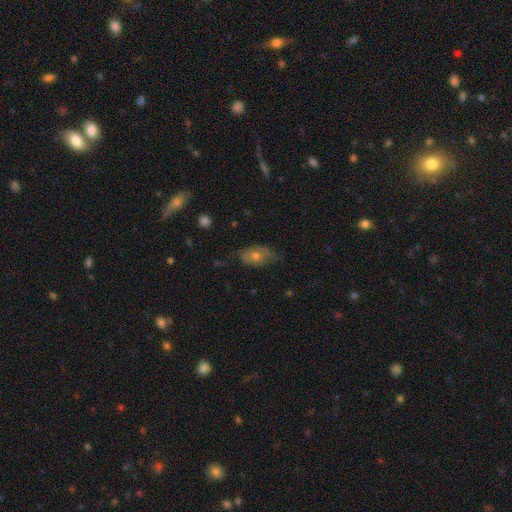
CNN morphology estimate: Smooth or featured?
  - smooth: 50% *
  - featured or disk: 39%
  - star or artifact: 12%
Merging?
  - none: 65% *
  - minor disturbance: 25%
  - major disturbance: 8%
  - merger: 2%